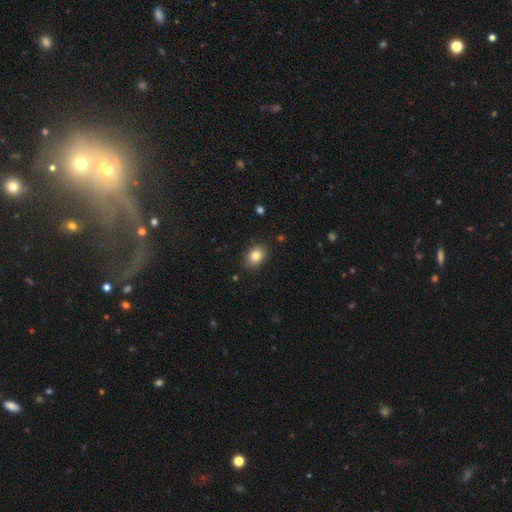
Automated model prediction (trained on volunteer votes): Smooth or featured? smooth (83%)
How rounded? in between (70%)
Merging? none (87%)